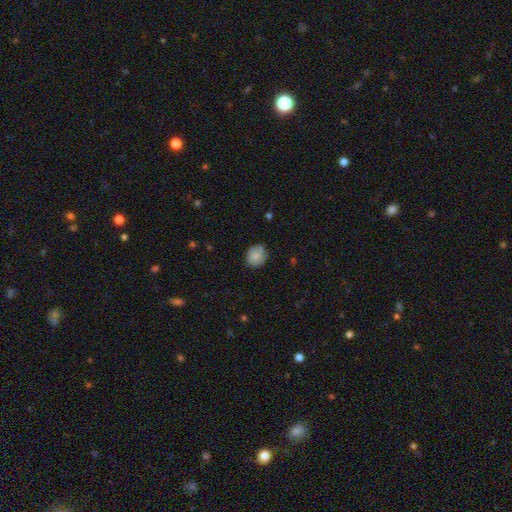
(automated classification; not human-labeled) The model was most divided on "how rounded": round: 64%, in between: 35%, cigar-shaped: 1%. More confident: smooth or featured — smooth (80%); merging — none (75%).